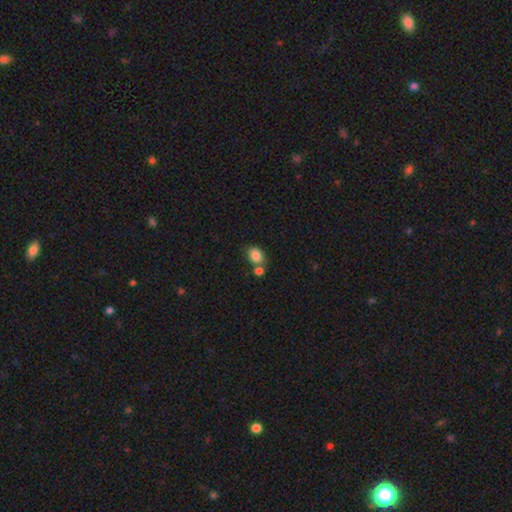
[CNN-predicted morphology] The model was most divided on "merging": none: 54%, merger: 29%, minor disturbance: 13%, major disturbance: 4%. More confident: smooth or featured — smooth (85%); how rounded — in between (64%).